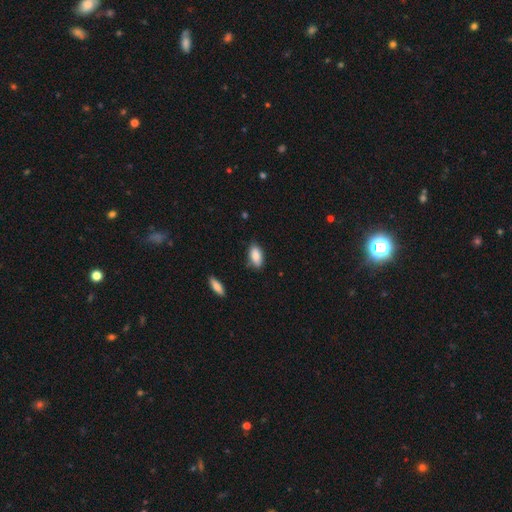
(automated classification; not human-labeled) smooth-or-featured: smooth: 86% | featured or disk: 7% | star or artifact: 7%
  how-rounded: in between: 91% | cigar-shaped: 6% | round: 3%
  merging: none: 78% | minor disturbance: 18% | major disturbance: 3% | merger: 2%